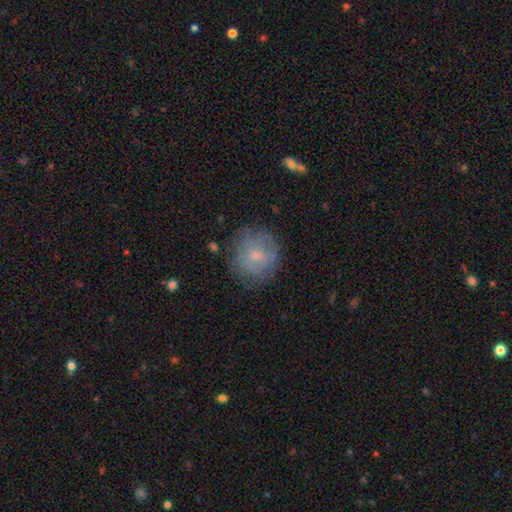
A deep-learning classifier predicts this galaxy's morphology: A smooth galaxy with no disk features (55%) that is round (84%).

Vote fractions:
- Smooth or featured? smooth: 55% / featured or disk: 36% / star or artifact: 9%
- How rounded? round: 84% / in between: 15% / cigar-shaped: 1%
- Merging? none: 72% / minor disturbance: 18% / major disturbance: 8% / merger: 2%